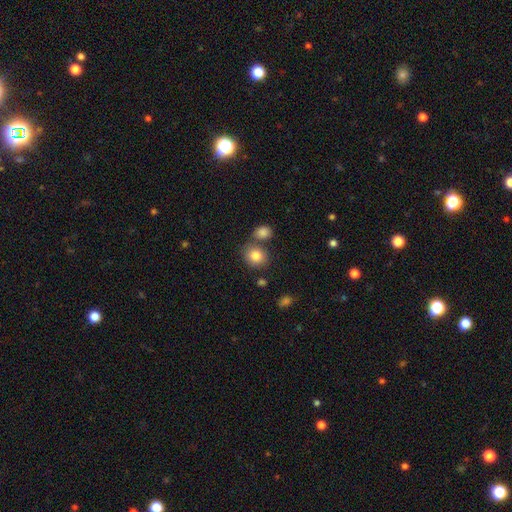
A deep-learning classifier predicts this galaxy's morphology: Smooth or featured? smooth (84%)
How rounded? round (72%)
Merging? none (63%)